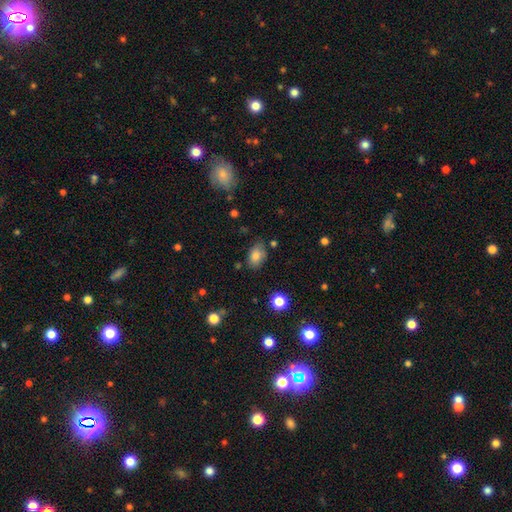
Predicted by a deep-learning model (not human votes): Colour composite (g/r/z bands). It shows a smooth galaxy with no disk features (81%) that is in between round and cigar-shaped (82%). Merging: none (70%).